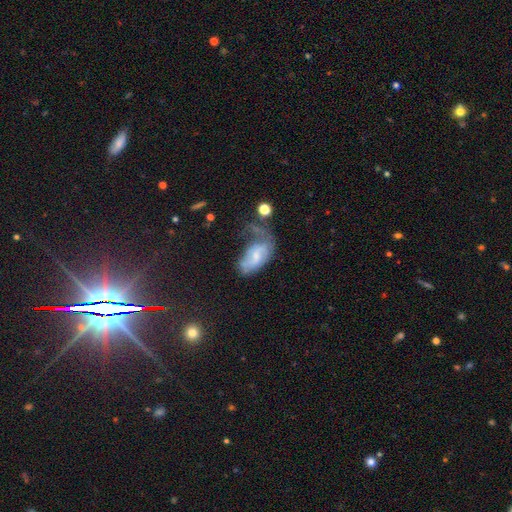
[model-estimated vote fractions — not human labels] Overall: smooth (47%; featured or disk 43%). Merging: major disturbance (39%; minor disturbance 28%).